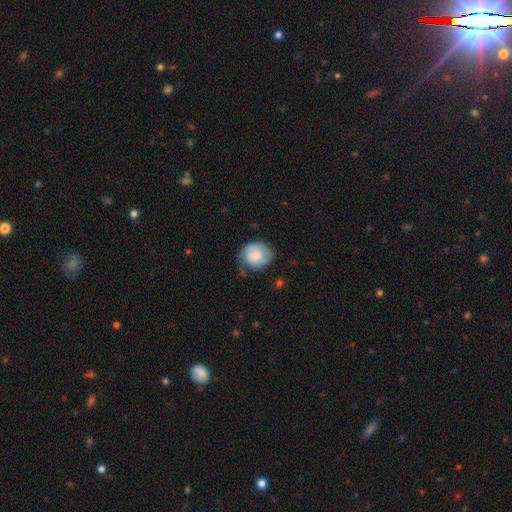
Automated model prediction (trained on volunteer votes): This appears to be a smooth galaxy with no disk features (69%) that is round (69%). Merging: none (53%).